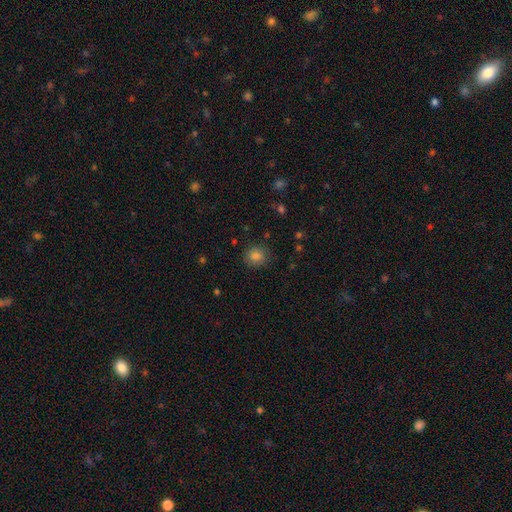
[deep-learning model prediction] This is clearly a smooth galaxy (81%). How rounded: clearly round (85%). Merging: clearly none (86%).